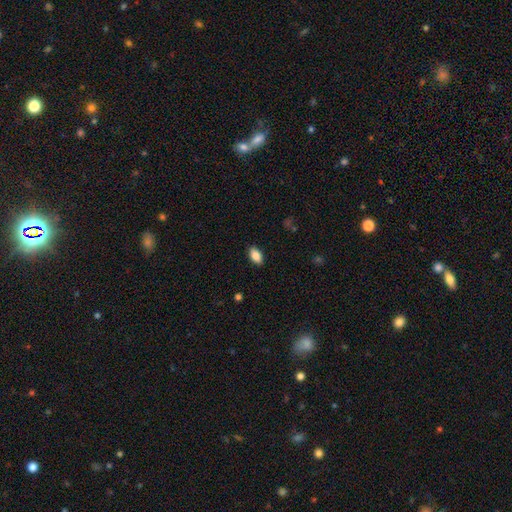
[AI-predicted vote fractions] A smooth galaxy with no disk features (85%) that is in between round and cigar-shaped (92%). Merging: none (89%).